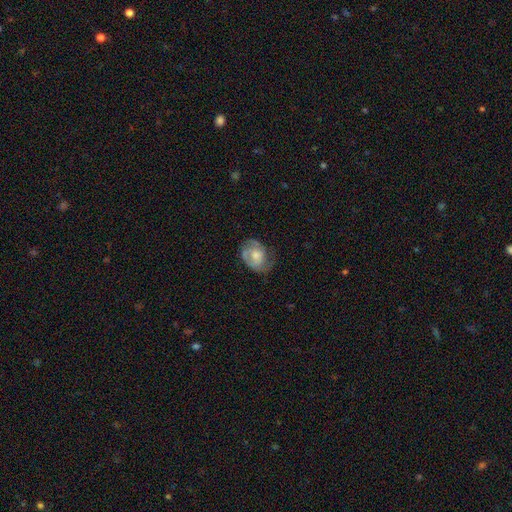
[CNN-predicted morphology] A featured or disk galaxy (51%). Merging: none (49%).